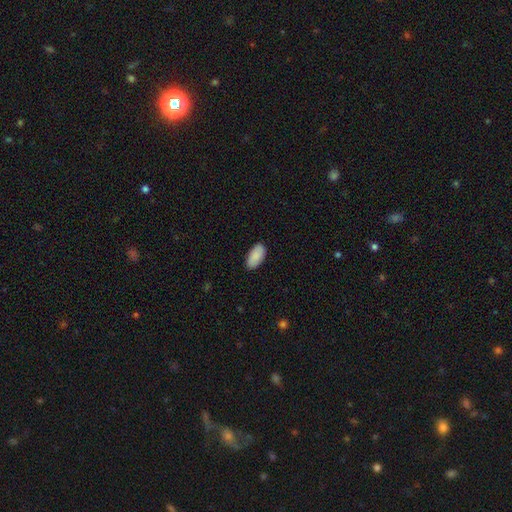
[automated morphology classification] This is clearly a smooth galaxy (89%). How rounded: clearly in between (95%). Merging: clearly none (87%).